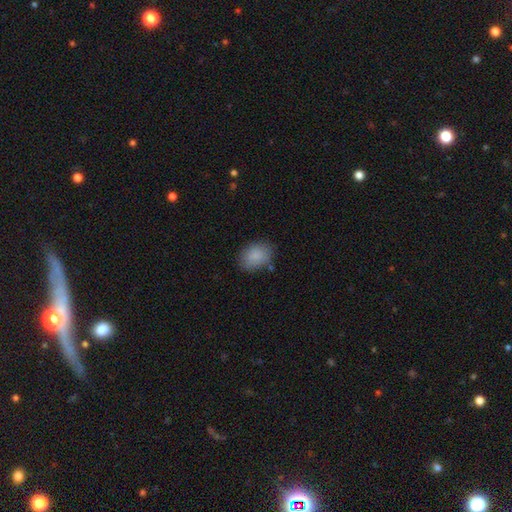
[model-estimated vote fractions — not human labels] smooth_or_featured: smooth (p=0.87) [alt: star or artifact p=0.08]
how_rounded: in between (p=0.72) [alt: round p=0.27]
merging: none (p=0.75) [alt: minor disturbance p=0.18]